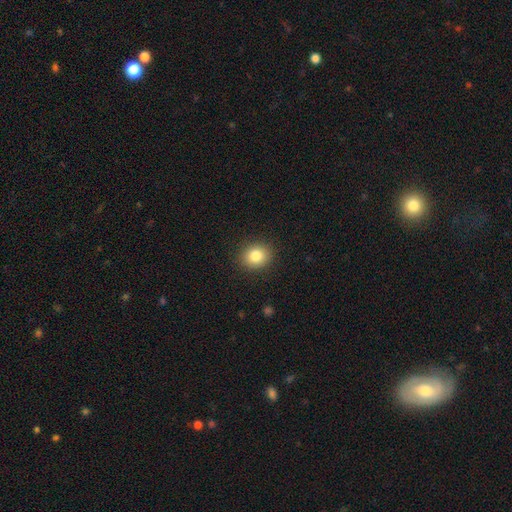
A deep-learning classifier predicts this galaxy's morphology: smooth-or-featured: smooth: 83% | star or artifact: 10% | featured or disk: 7%
  how-rounded: round: 71% | in between: 28% | cigar-shaped: 1%
  merging: none: 90% | minor disturbance: 7% | major disturbance: 2% | merger: 1%